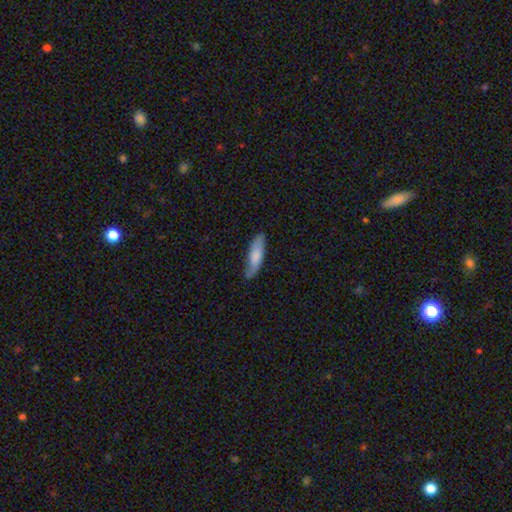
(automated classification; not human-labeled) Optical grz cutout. It shows a smooth galaxy with no disk features (73%) that is cigar-shaped (59%). Merging: none (71%).